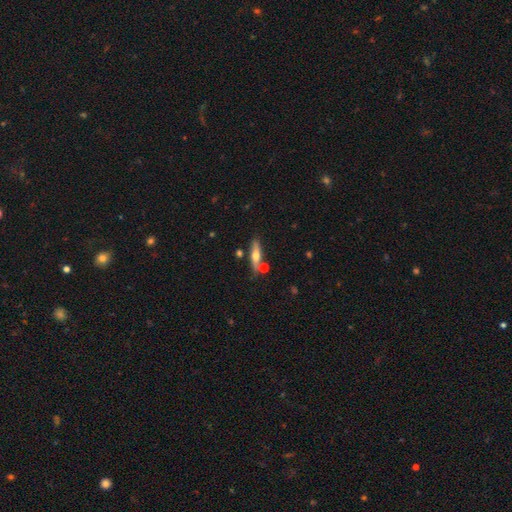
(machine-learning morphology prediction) smooth_or_featured: featured or disk (p=0.53) [alt: smooth p=0.40]
disk_edge_on: yes (p=0.90) [alt: no p=0.10]
merging: none (p=0.74) [alt: minor disturbance p=0.13]